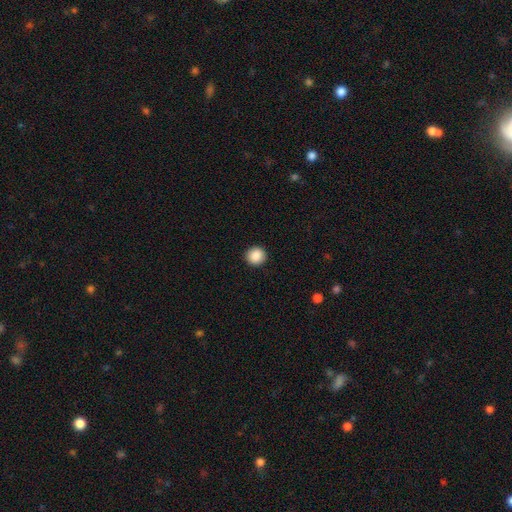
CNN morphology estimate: A smooth galaxy with no disk features (88%) that is round (92%). Merging: none (93%).